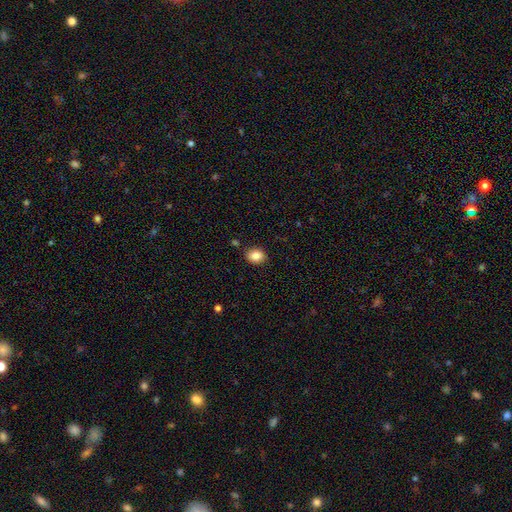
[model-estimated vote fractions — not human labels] Q: Smooth or featured?
A: smooth (86%); runner-up: star or artifact (9%)
Q: How rounded?
A: in between (52%); runner-up: round (47%)
Q: Merging?
A: none (85%); runner-up: minor disturbance (10%)